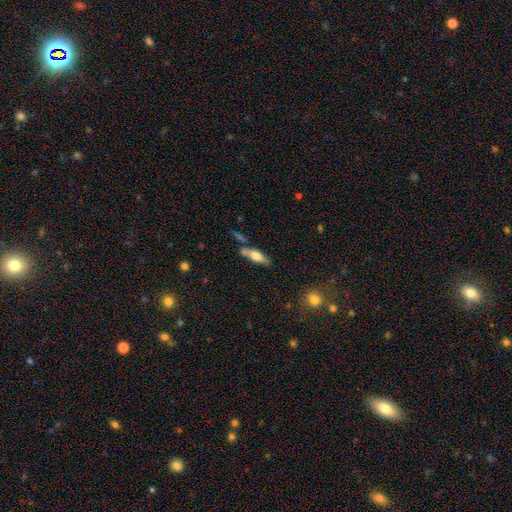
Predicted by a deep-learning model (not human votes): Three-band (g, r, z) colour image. It shows a smooth galaxy with no disk features (51%) that is cigar-shaped (50%). Merging: none (63%).